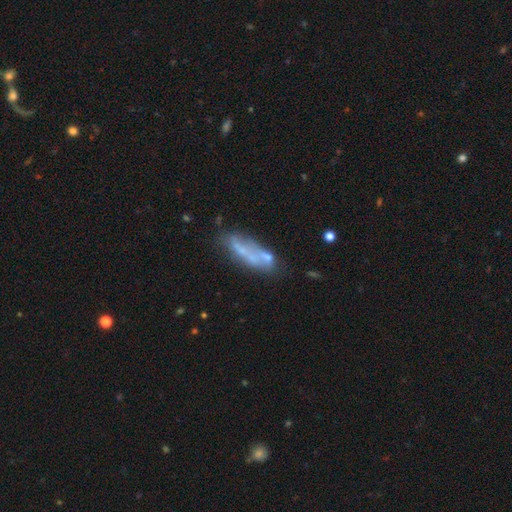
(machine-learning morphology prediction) A featured or disk galaxy (50%).

Vote fractions:
- Smooth or featured? featured or disk: 50% / smooth: 39% / star or artifact: 11%
- Merging? none: 46% / minor disturbance: 21% / merger: 20% / major disturbance: 13%